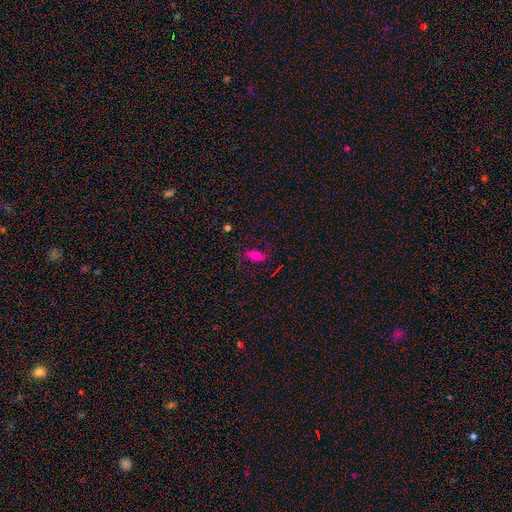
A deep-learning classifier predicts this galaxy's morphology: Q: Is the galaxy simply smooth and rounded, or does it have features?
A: smooth — 66%.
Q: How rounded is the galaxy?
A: in between — 86%.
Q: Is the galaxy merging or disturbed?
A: none — 75%.